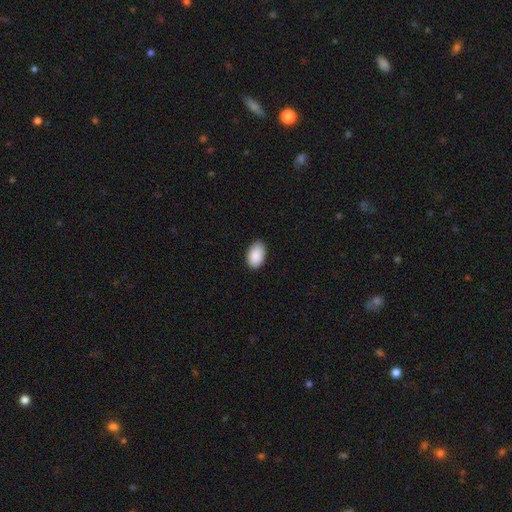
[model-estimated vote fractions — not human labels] Smooth or featured?
  - smooth: 91% *
  - star or artifact: 6%
  - featured or disk: 3%
How rounded?
  - in between: 93% *
  - round: 6%
  - cigar-shaped: 1%
Merging?
  - none: 87% *
  - minor disturbance: 11%
  - major disturbance: 2%
  - merger: 1%